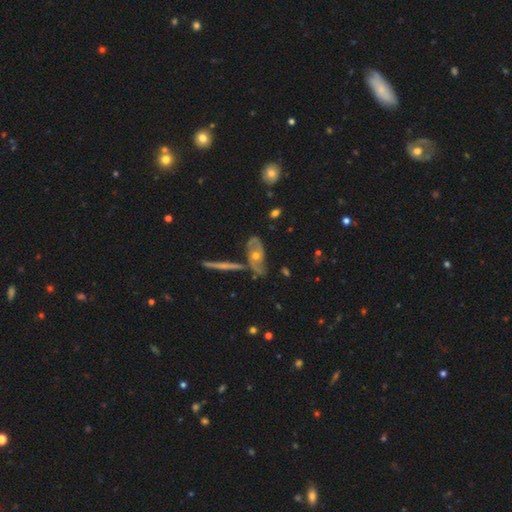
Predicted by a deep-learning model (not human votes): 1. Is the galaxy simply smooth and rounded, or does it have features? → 73% featured or disk, 19% smooth, 8% star or artifact.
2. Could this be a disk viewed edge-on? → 75% no, 25% yes.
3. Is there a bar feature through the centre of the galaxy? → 77% no, 18% weak, 5% strong.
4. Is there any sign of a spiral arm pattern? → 73% yes, 27% no.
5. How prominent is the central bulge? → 65% moderate, 29% small, 4% large, 2% none, 1% dominant.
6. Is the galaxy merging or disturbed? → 62% none, 20% minor disturbance, 10% merger, 8% major disturbance.